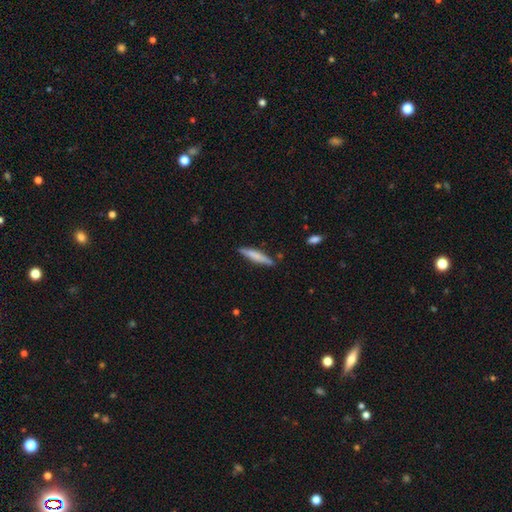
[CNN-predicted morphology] smooth_or_featured: smooth (p=0.65) [alt: featured or disk p=0.29]
how_rounded: cigar-shaped (p=0.90) [alt: in between p=0.09]
merging: none (p=0.84) [alt: minor disturbance p=0.12]